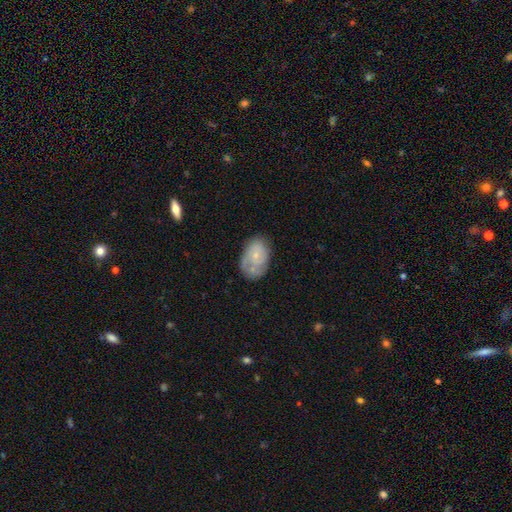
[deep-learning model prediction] smooth-or-featured: smooth: 48% | featured or disk: 45% | star or artifact: 7%
  merging: none: 55% | minor disturbance: 27% | major disturbance: 11% | merger: 8%